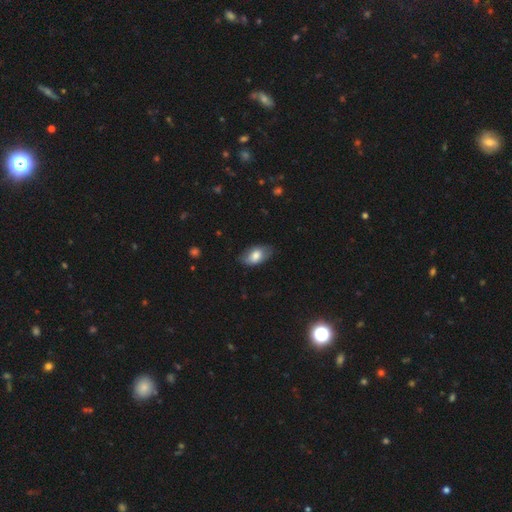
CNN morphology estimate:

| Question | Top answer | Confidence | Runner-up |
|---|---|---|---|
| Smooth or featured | smooth | 76% | featured or disk (17%) |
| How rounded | in between | 93% | round (5%) |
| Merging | none | 73% | minor disturbance (21%) |